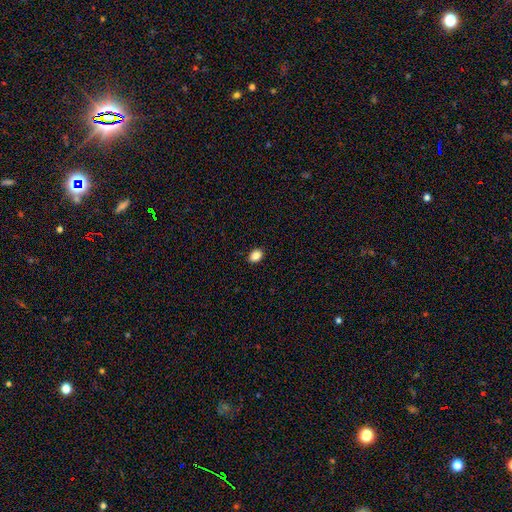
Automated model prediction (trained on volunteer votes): Morphology: type=smooth (86%); roundness=in between (70%); merging=none (90%).